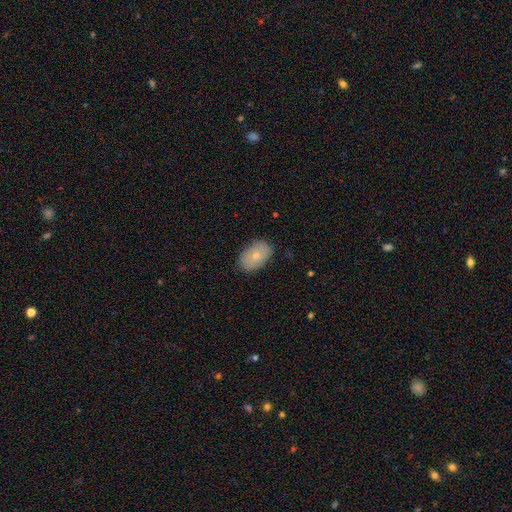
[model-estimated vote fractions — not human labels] Smooth or featured?
  - smooth: 75% *
  - featured or disk: 18%
  - star or artifact: 7%
How rounded?
  - in between: 88% *
  - round: 11%
  - cigar-shaped: 1%
Merging?
  - none: 84% *
  - minor disturbance: 13%
  - major disturbance: 3%
  - merger: 1%